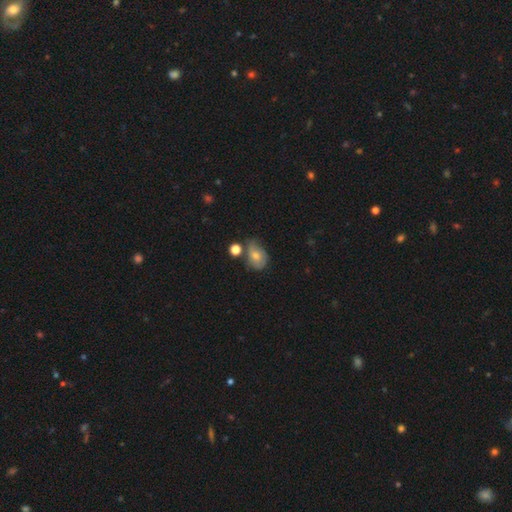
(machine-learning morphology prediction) Smooth or featured? smooth (60%)
How rounded? in between (66%)
Merging? none (42%)